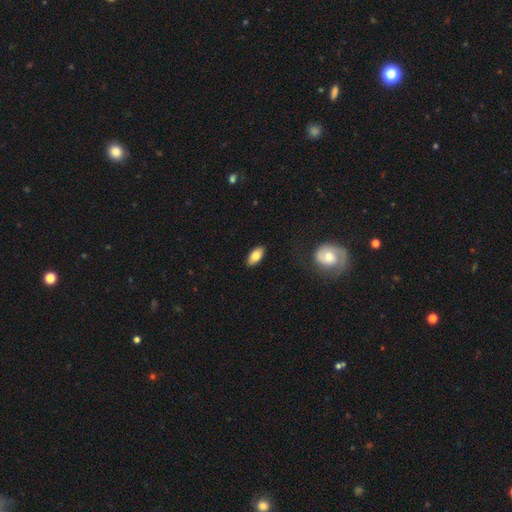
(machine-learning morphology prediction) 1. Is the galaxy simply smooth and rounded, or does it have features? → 82% smooth, 11% featured or disk, 7% star or artifact.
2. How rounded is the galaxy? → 92% in between, 5% cigar-shaped, 3% round.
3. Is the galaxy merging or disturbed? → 88% none, 9% minor disturbance, 2% major disturbance, 1% merger.